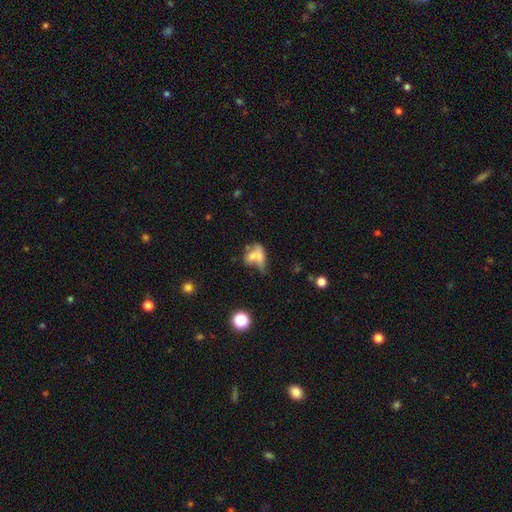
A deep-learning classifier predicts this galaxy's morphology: smooth-or-featured: smooth: 59% | featured or disk: 29% | star or artifact: 13%
  how-rounded: in between: 69% | round: 18% | cigar-shaped: 14%
  merging: merger: 47% | none: 25% | major disturbance: 16% | minor disturbance: 13%